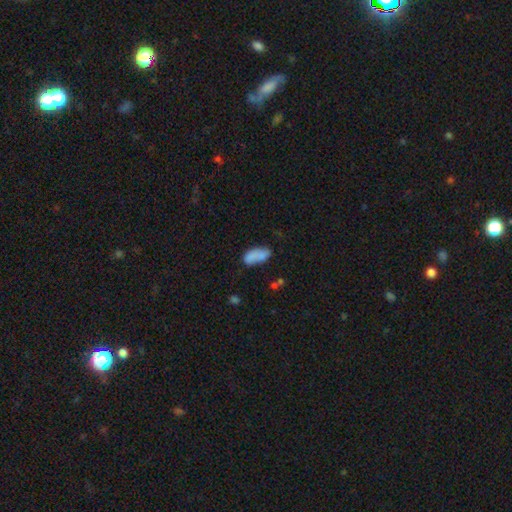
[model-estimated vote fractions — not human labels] This is likely a smooth galaxy (77%). How rounded: clearly in between (87%). Merging: possibly none (46%).